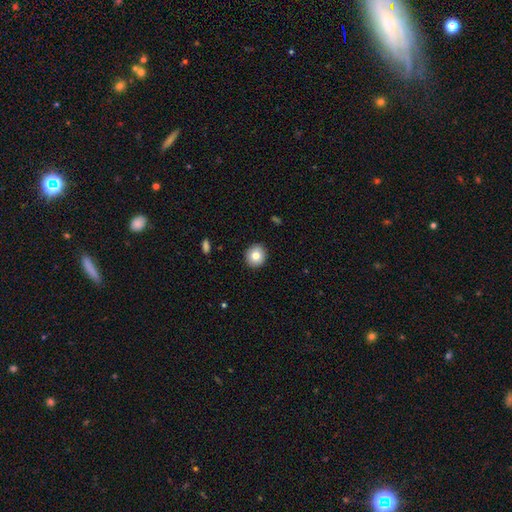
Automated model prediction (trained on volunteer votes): smooth-or-featured: smooth: 81% | featured or disk: 10% | star or artifact: 9%
  how-rounded: round: 89% | in between: 10% | cigar-shaped: 1%
  merging: none: 91% | minor disturbance: 6% | major disturbance: 2% | merger: 1%